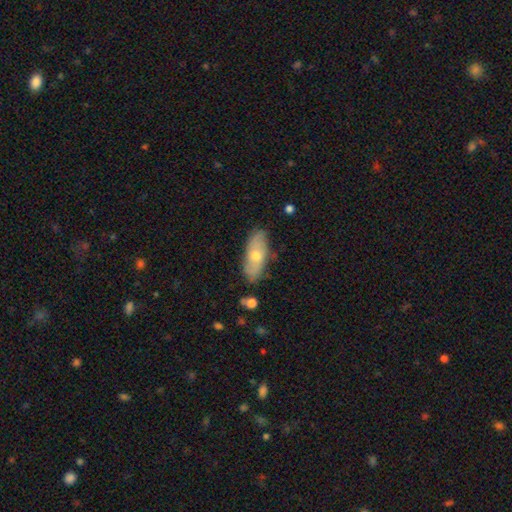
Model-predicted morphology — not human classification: smooth-or-featured: smooth: 55% | featured or disk: 38% | star or artifact: 7%
  how-rounded: in between: 78% | cigar-shaped: 19% | round: 3%
  merging: none: 80% | minor disturbance: 15% | major disturbance: 3% | merger: 2%